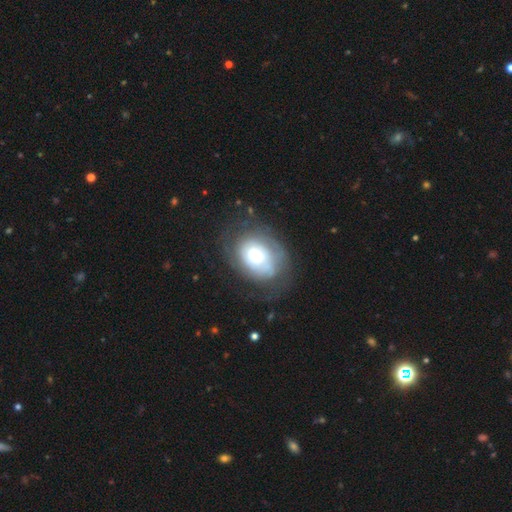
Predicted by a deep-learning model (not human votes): This is possibly a featured or disk galaxy (53%). It is clearly not viewed edge-on (96%). Bar: clearly no (87%). Spiral arm pattern: possibly yes (56%). Central bulge: possibly small (48%). Merging: possibly none (58%).